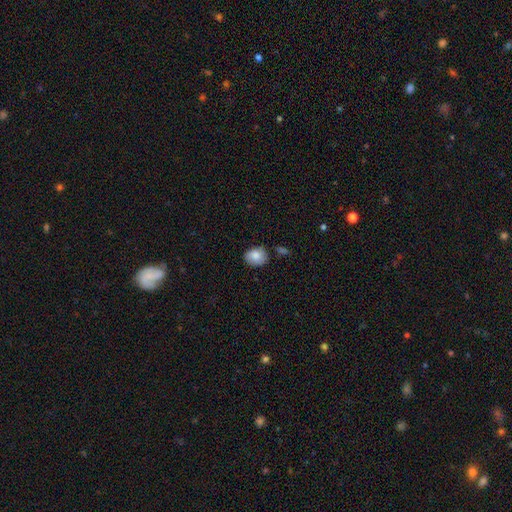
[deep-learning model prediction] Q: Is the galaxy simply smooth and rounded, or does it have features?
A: smooth — 84%.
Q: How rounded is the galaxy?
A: round — 51%.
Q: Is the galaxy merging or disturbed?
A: none — 72%.